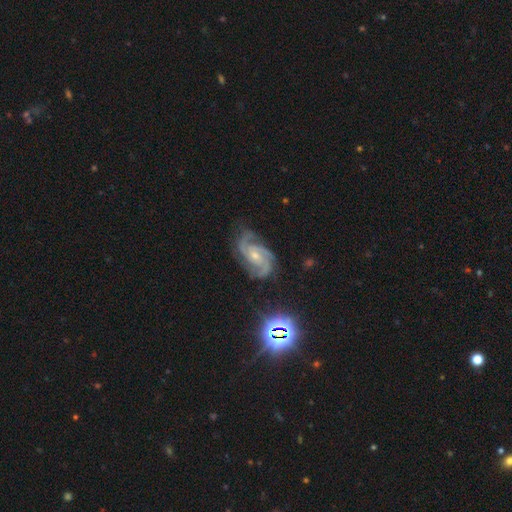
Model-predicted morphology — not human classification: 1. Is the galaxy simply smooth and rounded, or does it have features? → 89% featured or disk, 7% star or artifact, 4% smooth.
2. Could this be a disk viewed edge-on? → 98% no, 2% yes.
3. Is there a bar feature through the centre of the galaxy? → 62% no, 30% weak, 9% strong.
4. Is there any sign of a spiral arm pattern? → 98% yes, 2% no.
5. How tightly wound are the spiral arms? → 49% medium, 42% tight, 9% loose.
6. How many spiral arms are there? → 52% 3, 23% 2, 9% 4, 7% can't tell, 4% 1, 4% more than 4.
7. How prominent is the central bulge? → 60% small, 35% moderate, 2% none, 1% large, 1% dominant.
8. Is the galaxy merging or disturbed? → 68% none, 22% minor disturbance, 9% major disturbance, 2% merger.